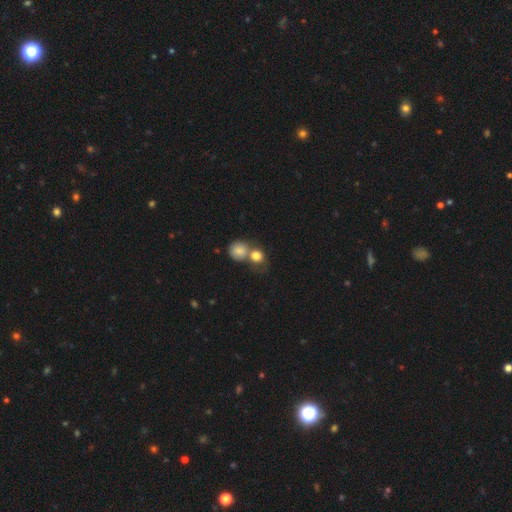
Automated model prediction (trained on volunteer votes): Smooth or featured: smooth — 80% (featured or disk — 10%)
How rounded: round — 80% (in between — 19%)
Merging: merger — 54% (none — 34%)